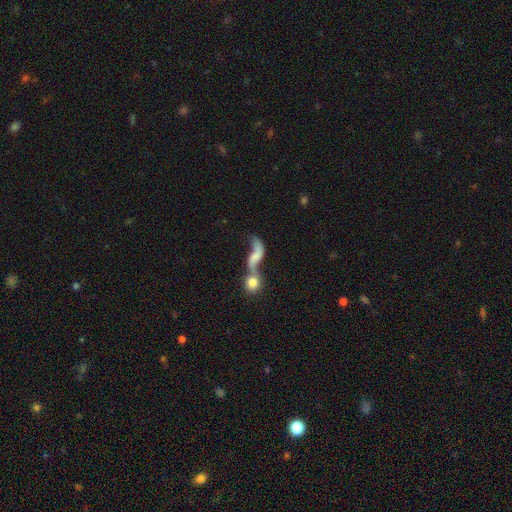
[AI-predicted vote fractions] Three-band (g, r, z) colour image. It shows a featured or disk galaxy (52%). Merging: merger (63%).